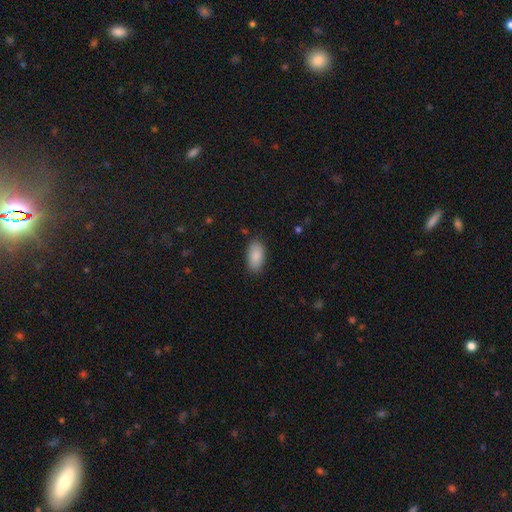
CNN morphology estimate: A smooth galaxy with no disk features (88%) that is in between round and cigar-shaped (94%). Merging: none (84%).